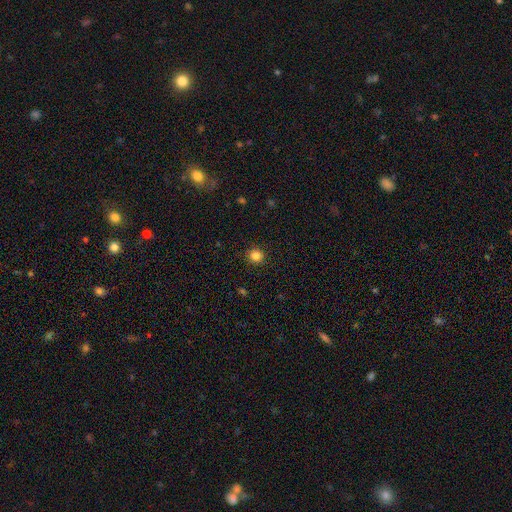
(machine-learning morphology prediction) Overall: smooth (84%). How rounded: round (92%). Merging: none (92%).